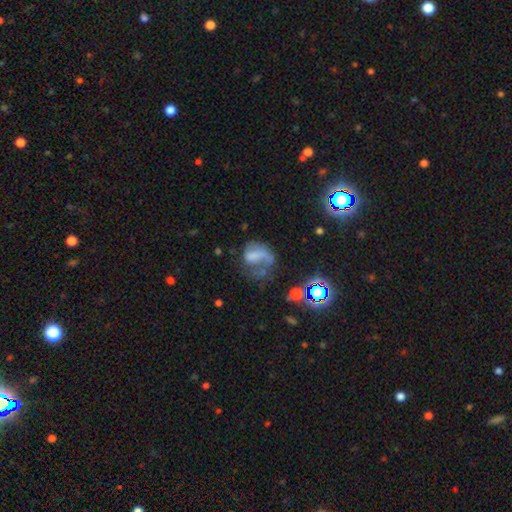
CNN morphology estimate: Smooth or featured: featured or disk — 45% (smooth — 40%)
Merging: major disturbance — 48% (none — 24%)